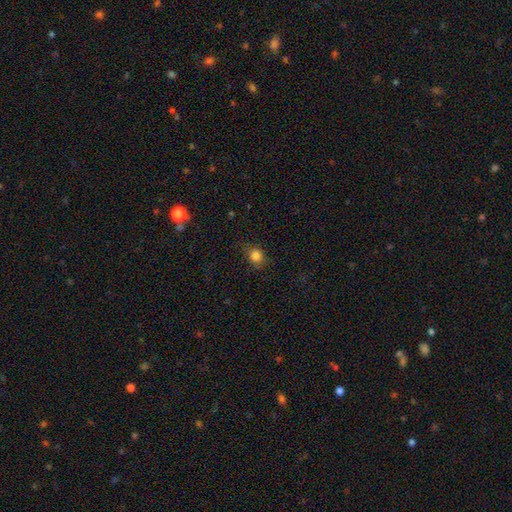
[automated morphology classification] A smooth galaxy with no disk features (82%) that is round (74%).

Vote fractions:
- Smooth or featured? smooth: 82% / star or artifact: 13% / featured or disk: 5%
- How rounded? round: 74% / in between: 25% / cigar-shaped: 1%
- Merging? none: 76% / minor disturbance: 17% / major disturbance: 5% / merger: 1%